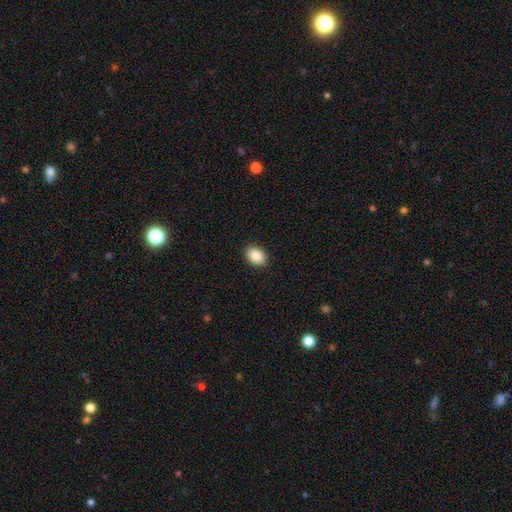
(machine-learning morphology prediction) A smooth galaxy with no disk features (88%) that is in between round and cigar-shaped (77%).

Vote fractions:
- Smooth or featured? smooth: 88% / star or artifact: 8% / featured or disk: 5%
- How rounded? in between: 77% / round: 22% / cigar-shaped: 1%
- Merging? none: 91% / minor disturbance: 7% / major disturbance: 2% / merger: 1%